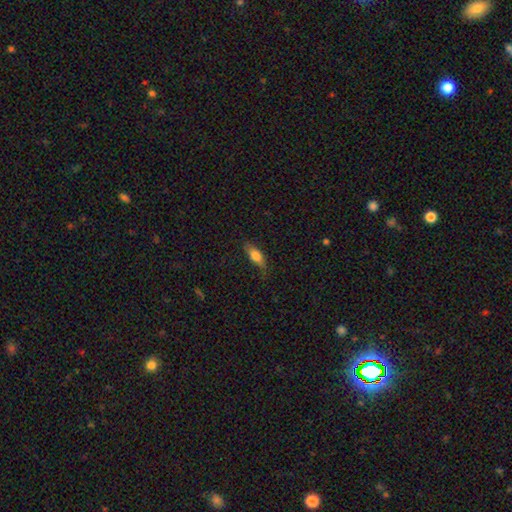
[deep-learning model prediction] A smooth galaxy with no disk features (73%) that is in between round and cigar-shaped (71%). Merging: none (68%).